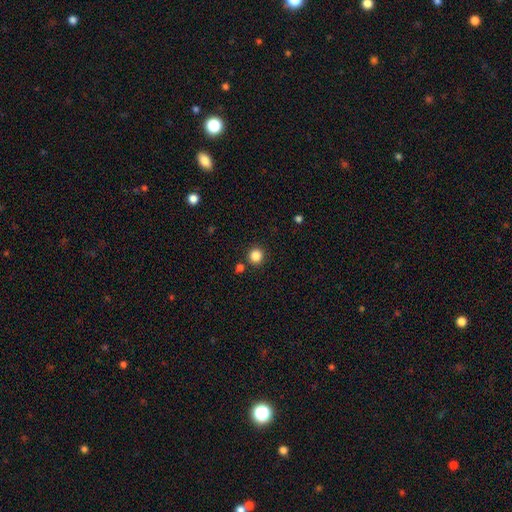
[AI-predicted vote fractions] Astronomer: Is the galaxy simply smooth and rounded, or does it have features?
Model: smooth — 85%.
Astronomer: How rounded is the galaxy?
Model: round — 93%.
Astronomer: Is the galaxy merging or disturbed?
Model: none — 87%.